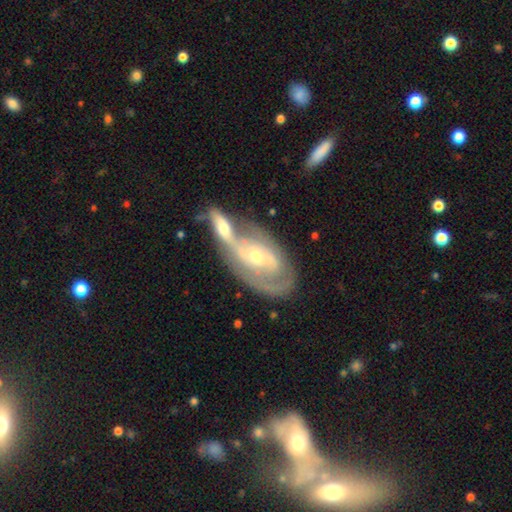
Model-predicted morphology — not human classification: smooth-or-featured: featured or disk: 77% | smooth: 16% | star or artifact: 7%
  disk-edge-on: no: 92% | yes: 8%
    bar: no: 50% | weak: 33% | strong: 17%
    has-spiral-arms: yes: 76% | no: 24%
      spiral-winding: tight: 50% | medium: 34% | loose: 16%
      spiral-arm-count: 2: 47% | can't tell: 36% | 1: 8% | 3: 5% | 4: 2% | more than 4: 2%
    bulge-size: small: 48% (tied) | moderate: 48% (tied) | large: 2% | none: 1% | dominant: 1%
  merging: merger: 55% | none: 24% | minor disturbance: 11% | major disturbance: 9%